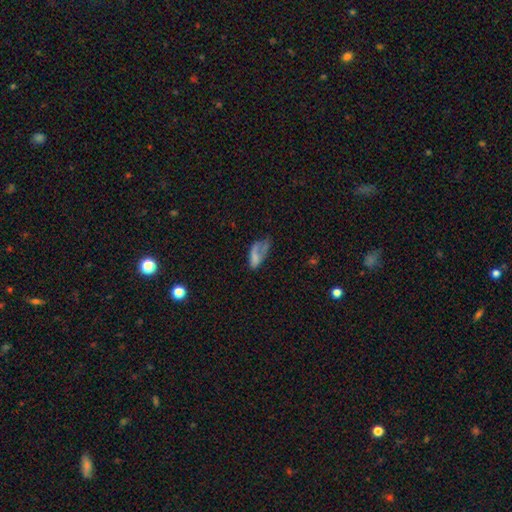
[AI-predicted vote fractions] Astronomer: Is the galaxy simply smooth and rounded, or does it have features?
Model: smooth — 58%.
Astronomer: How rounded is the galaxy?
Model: in between — 85%.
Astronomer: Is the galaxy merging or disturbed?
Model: major disturbance — 44% (runner-up: none, 24%).